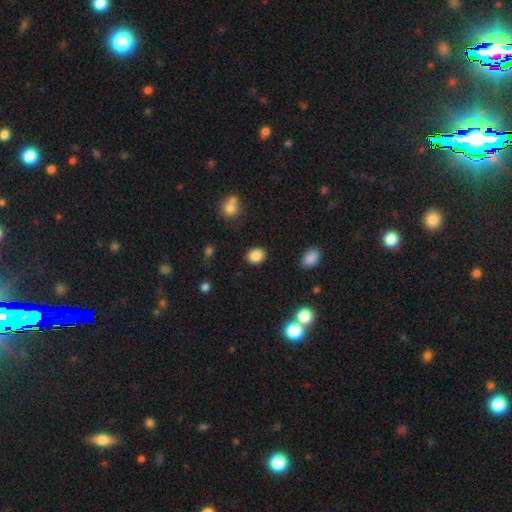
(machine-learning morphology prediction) This is clearly a smooth galaxy (87%). How rounded: possibly round (50%). Merging: clearly none (88%).